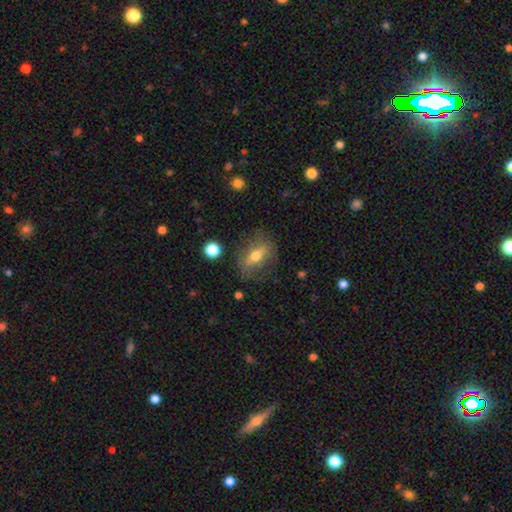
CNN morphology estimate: type=featured or disk (48%); merging=none (75%).